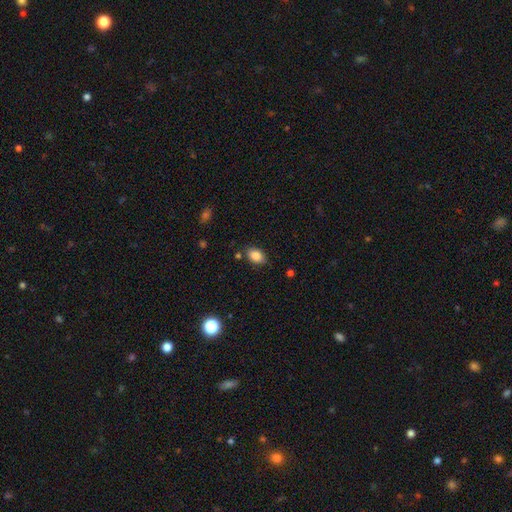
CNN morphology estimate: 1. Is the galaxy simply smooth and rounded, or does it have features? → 85% smooth, 8% star or artifact, 6% featured or disk.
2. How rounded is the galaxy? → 86% in between, 13% round, 1% cigar-shaped.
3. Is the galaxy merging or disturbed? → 81% none, 13% minor disturbance, 3% merger, 3% major disturbance.